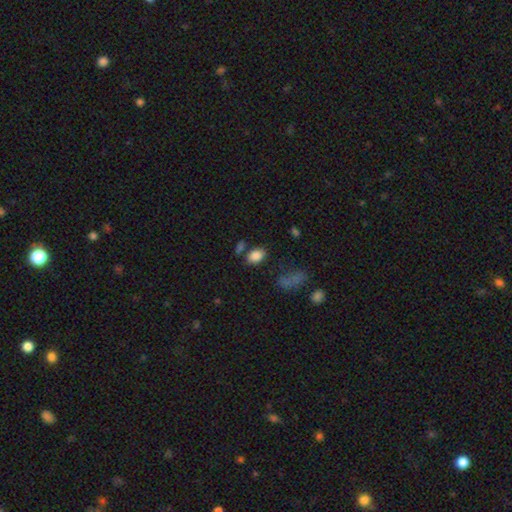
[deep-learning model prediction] smooth 85%, star or artifact 9%, featured or disk 5%. Down the decision tree: how rounded — in between (87%); merging — none (73%).